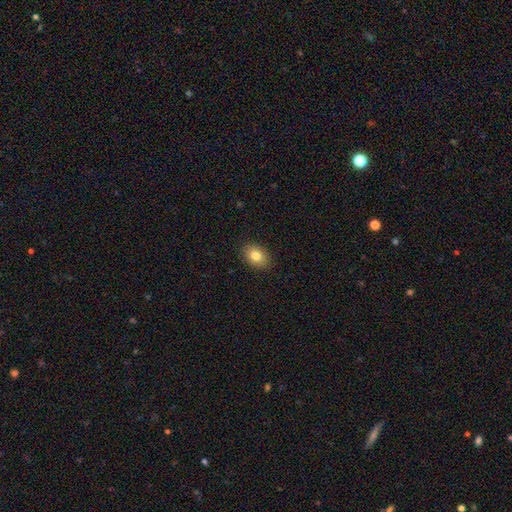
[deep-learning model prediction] Smooth or featured? Predicted: smooth (p=0.82). How rounded? Predicted: in between (p=0.75). Merging? Predicted: none (p=0.89).